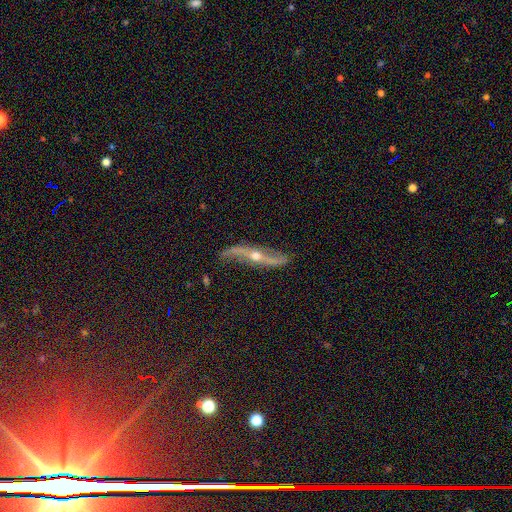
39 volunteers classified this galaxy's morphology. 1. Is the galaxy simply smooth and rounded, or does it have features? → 87% featured or disk, 8% star or artifact, 5% smooth.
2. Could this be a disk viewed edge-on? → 53% yes, 47% no.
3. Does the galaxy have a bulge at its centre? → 89% rounded, 11% boxy, 0% none.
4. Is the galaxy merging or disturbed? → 64% none, 14% minor disturbance, 14% major disturbance, 8% merger.